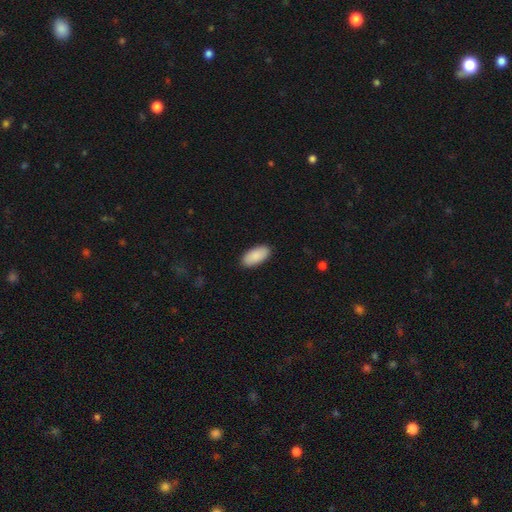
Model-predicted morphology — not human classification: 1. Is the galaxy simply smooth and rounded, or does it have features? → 90% smooth, 6% star or artifact, 5% featured or disk.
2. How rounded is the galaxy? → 94% in between, 4% cigar-shaped, 2% round.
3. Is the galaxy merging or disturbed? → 90% none, 8% minor disturbance, 2% major disturbance, 1% merger.